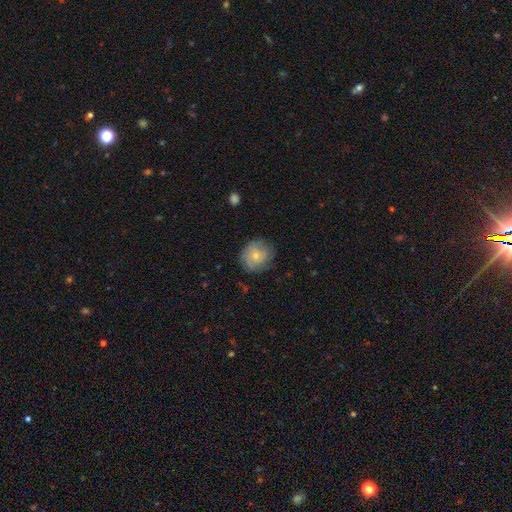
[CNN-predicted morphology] Overall: smooth (55%; featured or disk 38%). How rounded: round (85%). Merging: none (75%).